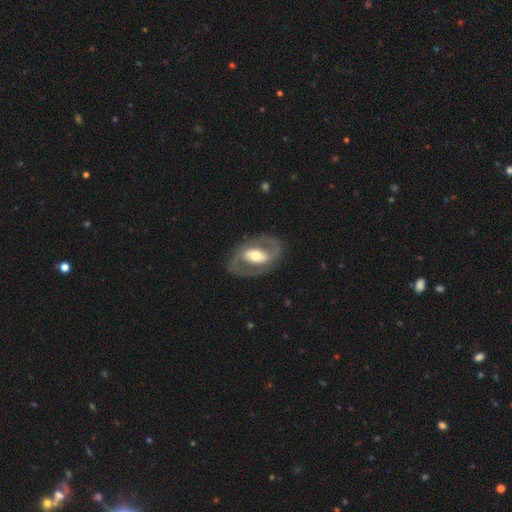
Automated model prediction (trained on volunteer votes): Smooth or featured? featured or disk (82%)
Edge-on disk? no (96%)
Bar? strong (36%)
Spiral arms? yes (81%)
Spiral winding? medium (53%)
Spiral arm count? 2 (89%)
Bulge size? moderate (62%)
Merging? none (81%)